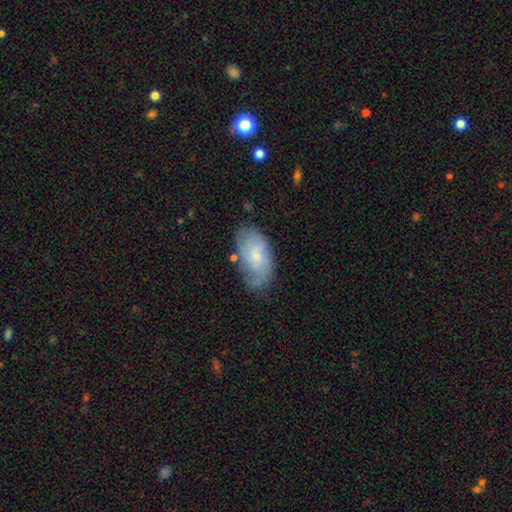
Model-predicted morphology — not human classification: smooth-or-featured: featured or disk: 51% | smooth: 42% | star or artifact: 7%
  disk-edge-on: no: 95% | yes: 5%
  merging: none: 62% | minor disturbance: 27% | major disturbance: 9% | merger: 3%